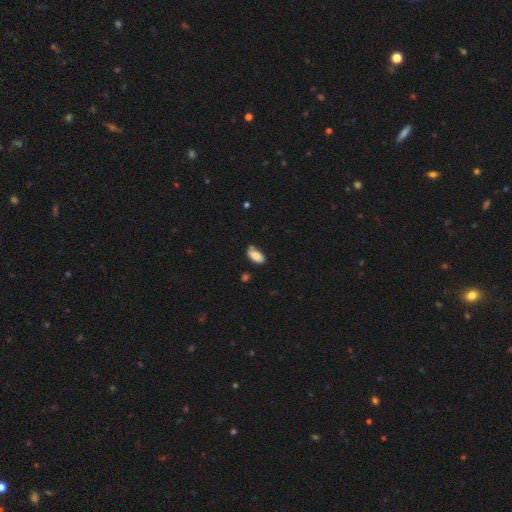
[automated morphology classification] Smooth or featured? Predicted: smooth (p=0.83). How rounded? Predicted: in between (p=0.93). Merging? Predicted: none (p=0.66).